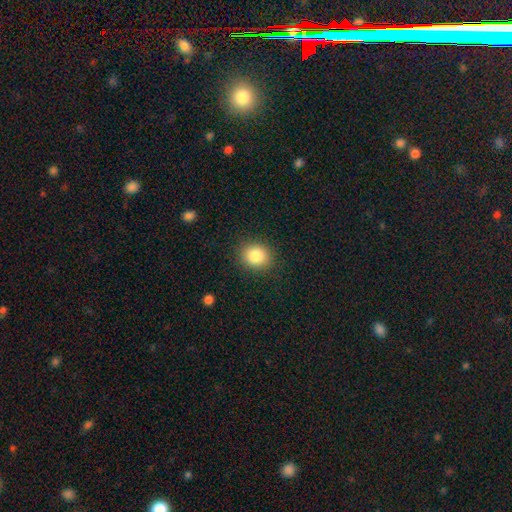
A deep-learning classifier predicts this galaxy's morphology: Smooth or featured: smooth — 85% (star or artifact — 10%)
How rounded: round — 69% (in between — 31%)
Merging: none — 89% (minor disturbance — 8%)